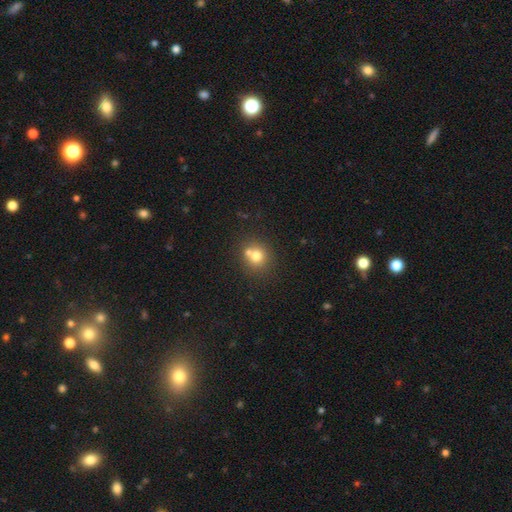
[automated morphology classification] type=smooth (72%); roundness=round (85%); merging=none (53%).